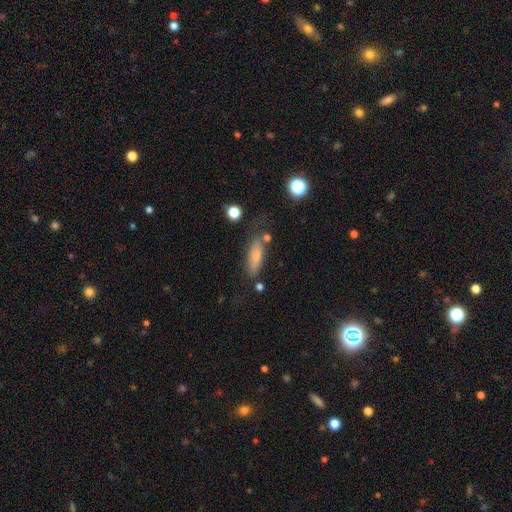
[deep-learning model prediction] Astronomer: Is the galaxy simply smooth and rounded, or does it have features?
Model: smooth — 72%.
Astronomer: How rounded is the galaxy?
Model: cigar-shaped — 52% (runner-up: in between, 45%).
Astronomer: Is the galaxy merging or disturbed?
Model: none — 60%.